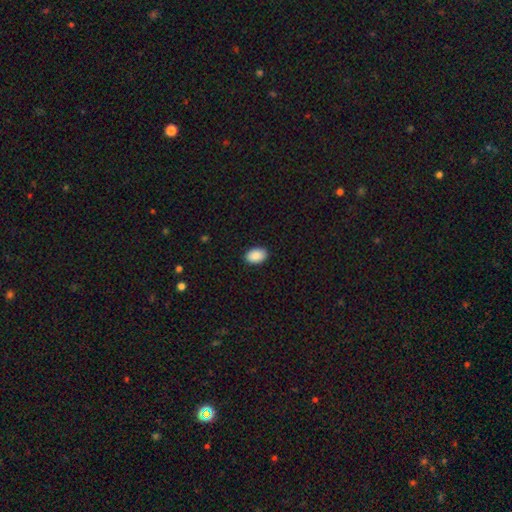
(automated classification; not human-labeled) Smooth or featured: smooth — 91% (star or artifact — 7%)
How rounded: in between — 88% (round — 11%)
Merging: none — 90% (minor disturbance — 7%)